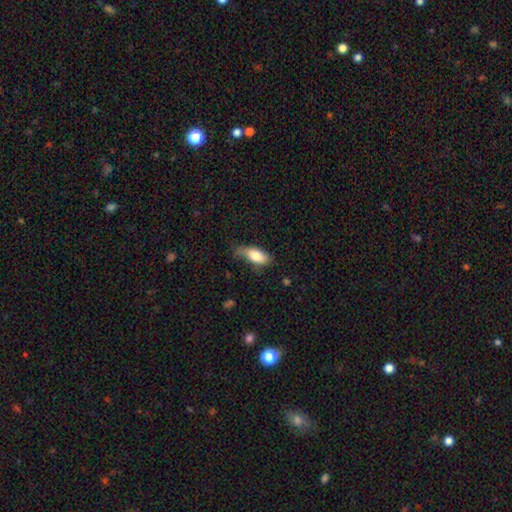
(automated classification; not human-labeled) A smooth galaxy with no disk features (77%) that is in between round and cigar-shaped (84%). Merging: none (49%).